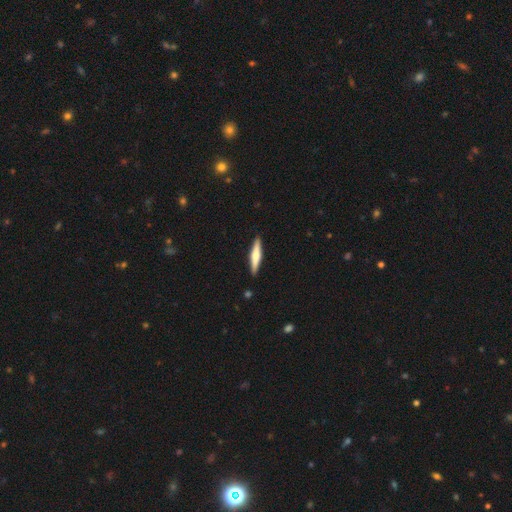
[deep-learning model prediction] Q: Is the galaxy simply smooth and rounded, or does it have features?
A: smooth — 49%.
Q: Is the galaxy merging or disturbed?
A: none — 90%.